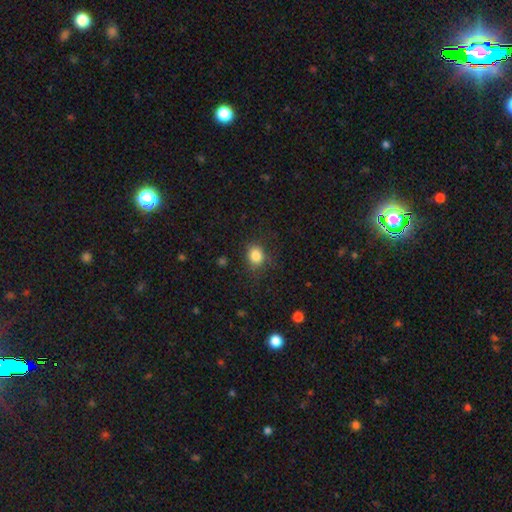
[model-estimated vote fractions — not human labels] Smooth or featured? Predicted: smooth (p=0.84). How rounded? Predicted: round (p=0.63). Merging? Predicted: none (p=0.78).